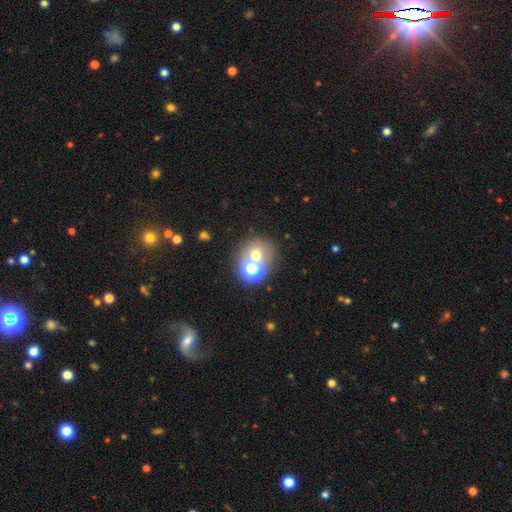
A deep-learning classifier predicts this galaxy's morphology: A smooth galaxy with no disk features (57%) that is round (79%).

Vote fractions:
- Smooth or featured? smooth: 57% / star or artifact: 27% / featured or disk: 15%
- How rounded? round: 79% / in between: 20% / cigar-shaped: 1%
- Merging? none: 50% / merger: 34% / minor disturbance: 9% / major disturbance: 6%